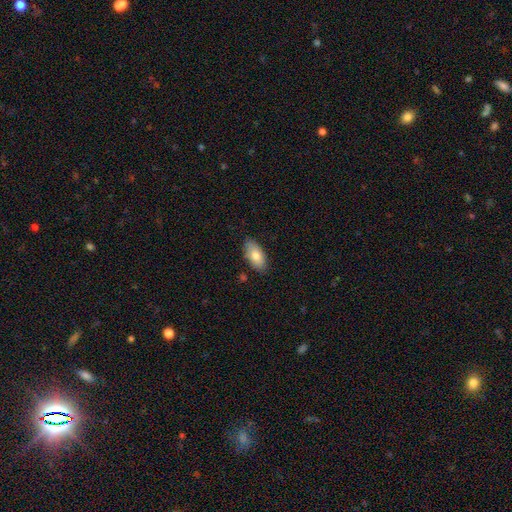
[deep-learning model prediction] Smooth or featured? smooth (78%)
How rounded? in between (92%)
Merging? none (81%)